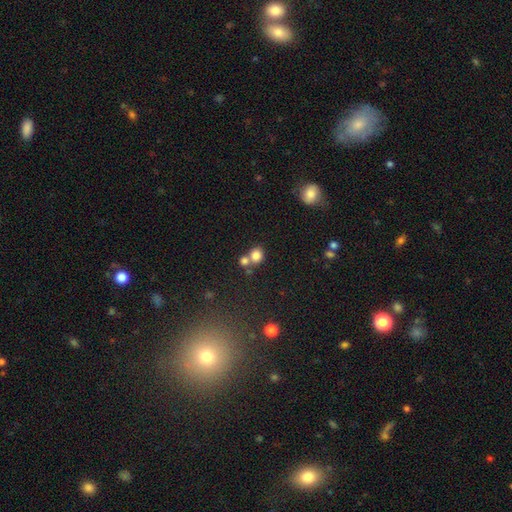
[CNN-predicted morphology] A smooth galaxy with no disk features (80%) that is round (75%).

Vote fractions:
- Smooth or featured? smooth: 80% / star or artifact: 12% / featured or disk: 8%
- How rounded? round: 75% / in between: 24% / cigar-shaped: 1%
- Merging? none: 48% / merger: 41% / minor disturbance: 8% / major disturbance: 3%